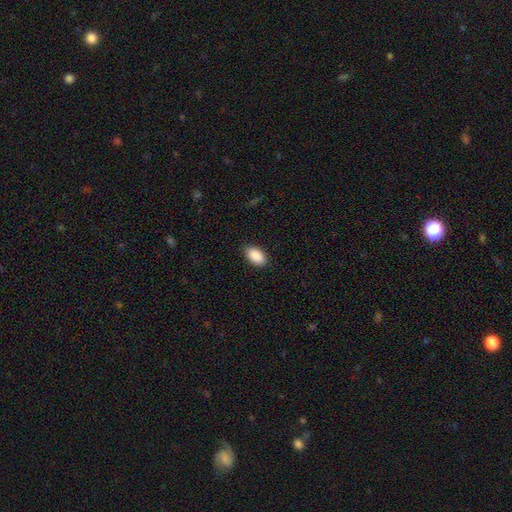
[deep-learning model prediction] smooth 91%, star or artifact 6%, featured or disk 3%. Down the decision tree: how rounded — in between (94%); merging — none (88%).